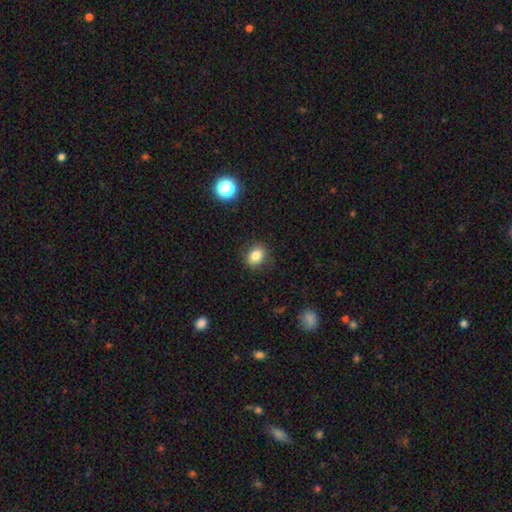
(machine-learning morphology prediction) smooth_or_featured: smooth (p=0.82) [alt: star or artifact p=0.11]
how_rounded: in between (p=0.51) [alt: round p=0.48]
merging: none (p=0.87) [alt: minor disturbance p=0.09]